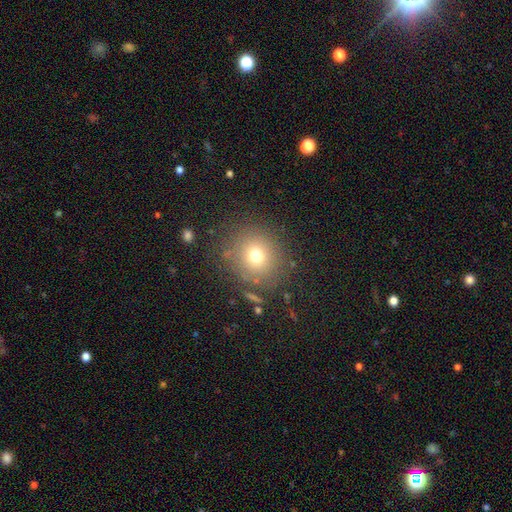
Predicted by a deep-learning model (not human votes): Morphology: type=smooth (70%); roundness=round (89%); merging=none (82%).